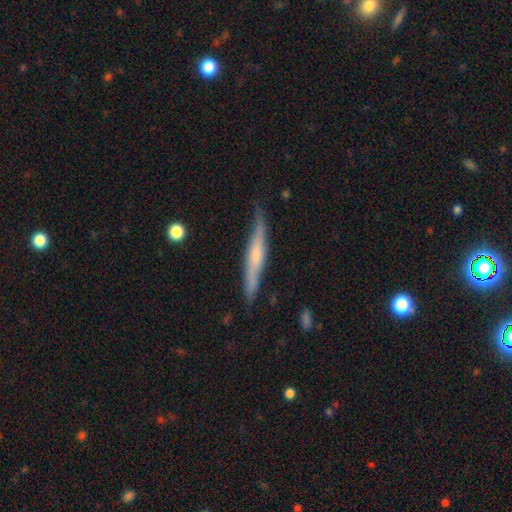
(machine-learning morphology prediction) The model was most divided on "smooth or featured": featured or disk: 55%, smooth: 39%, star or artifact: 6%. More confident: edge-on disk — yes (93%); merging — none (78%); edge-on bulge — rounded (52%).